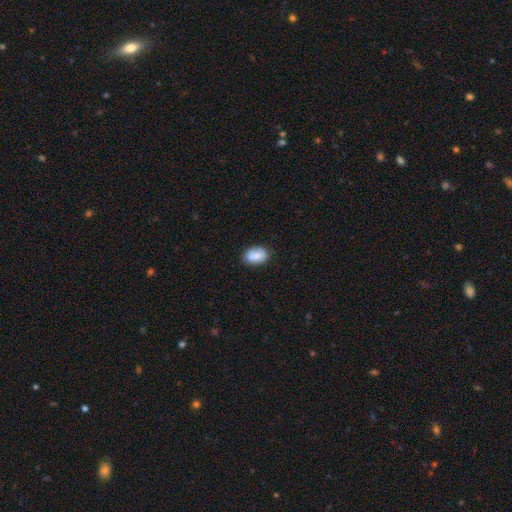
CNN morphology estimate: Q: Smooth or featured?
A: smooth (76%); runner-up: featured or disk (17%)
Q: How rounded?
A: in between (85%); runner-up: round (14%)
Q: Merging?
A: none (75%); runner-up: minor disturbance (18%)